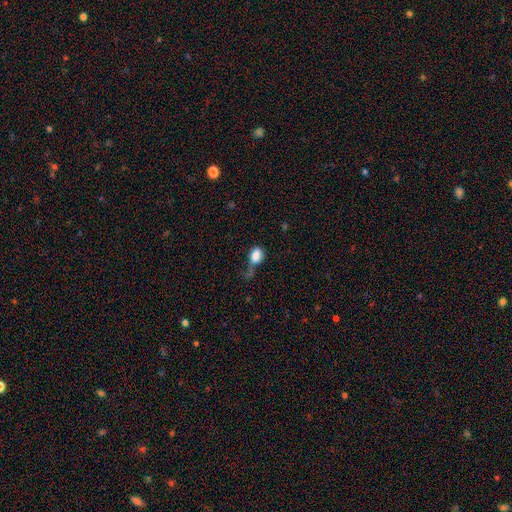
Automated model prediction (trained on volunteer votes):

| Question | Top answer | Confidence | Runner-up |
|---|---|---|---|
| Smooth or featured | smooth | 82% | featured or disk (9%) |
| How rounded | in between | 80% | round (18%) |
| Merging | major disturbance | 34% | none (28%) |